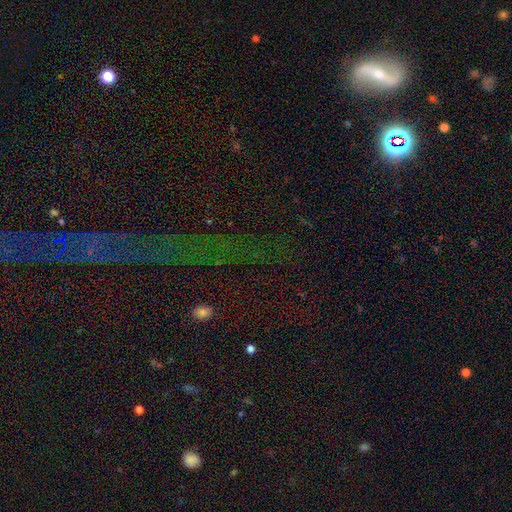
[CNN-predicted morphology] Q: Smooth or featured?
A: star or artifact (66%); runner-up: featured or disk (18%)